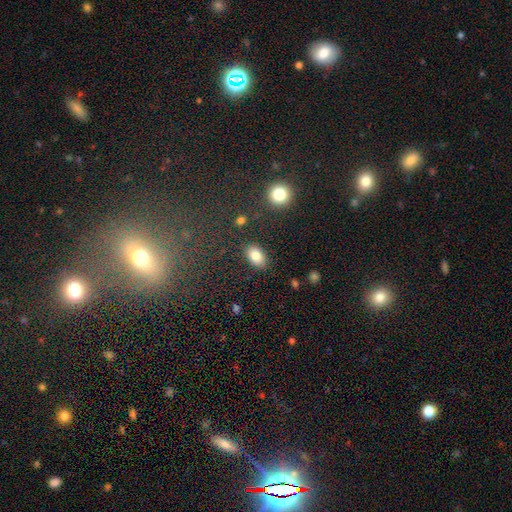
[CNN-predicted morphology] The model was most divided on "smooth or featured": smooth: 83%, star or artifact: 9%, featured or disk: 9%. More confident: how rounded — in between (87%); merging — none (85%).